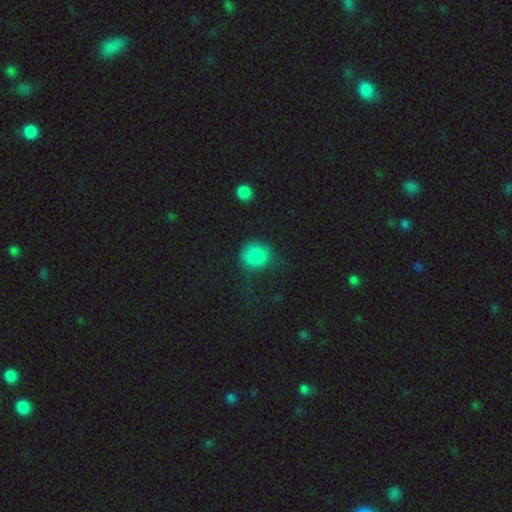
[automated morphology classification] Overall: smooth (79%). How rounded: round (77%). Merging: none (48%; minor disturbance 25%).